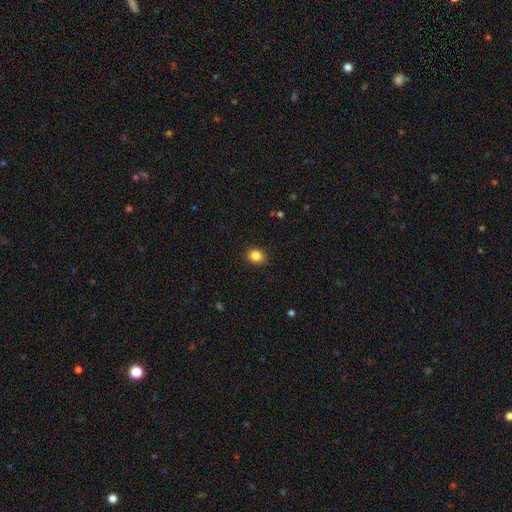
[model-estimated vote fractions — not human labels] smooth_or_featured: smooth (p=0.84) [alt: star or artifact p=0.11]
how_rounded: round (p=0.65) [alt: in between p=0.34]
merging: none (p=0.90) [alt: minor disturbance p=0.07]